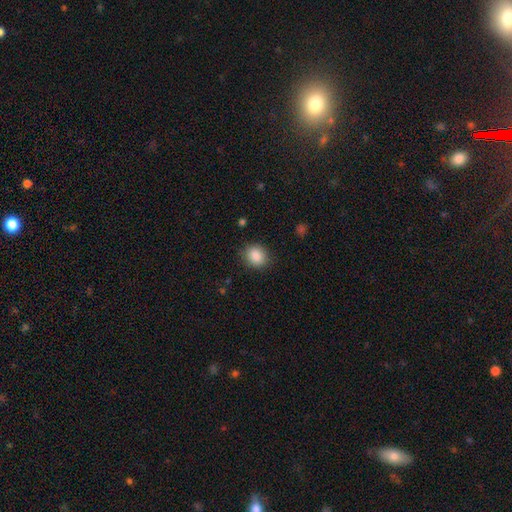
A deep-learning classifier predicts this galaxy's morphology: Overall: smooth (87%). How rounded: round (66%; in between 33%). Merging: none (85%).